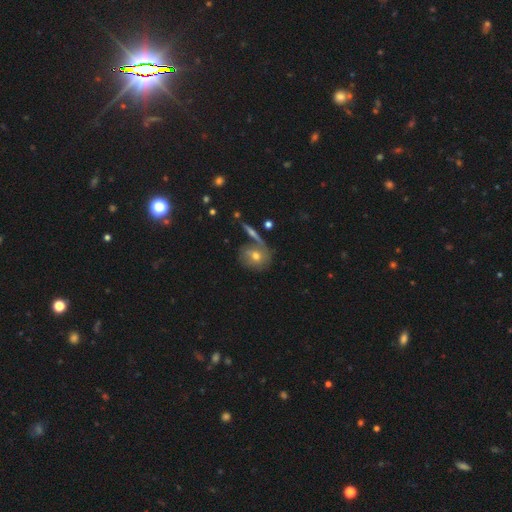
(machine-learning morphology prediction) This is possibly a smooth galaxy (56%). How rounded: likely round (74%). Merging: possibly none (59%).